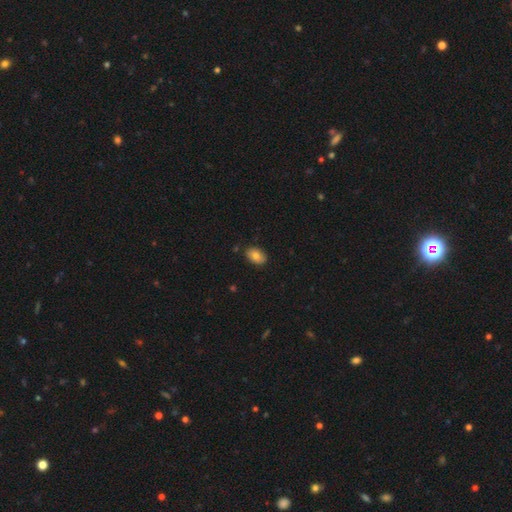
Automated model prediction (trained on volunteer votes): A smooth galaxy with no disk features (79%) that is in between round and cigar-shaped (86%). Merging: none (85%).